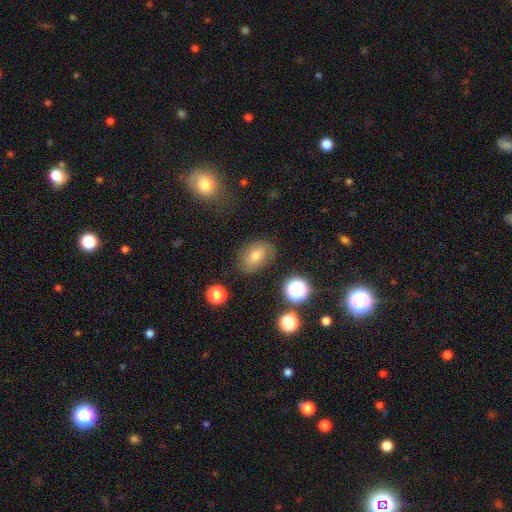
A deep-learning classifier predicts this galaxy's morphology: This is likely a smooth galaxy (63%). How rounded: likely in between (79%). Merging: likely none (77%).